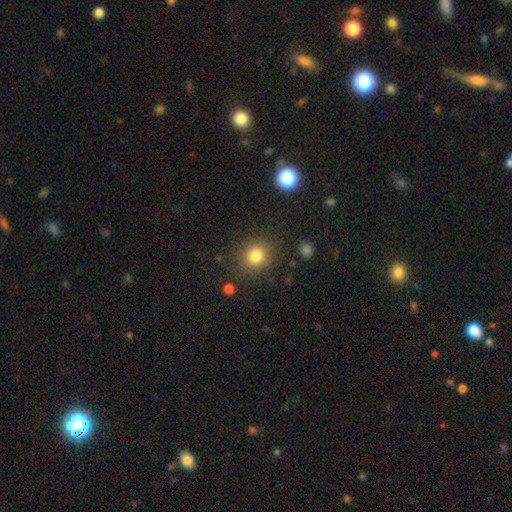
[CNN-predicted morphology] Q: Smooth or featured?
A: smooth (82%); runner-up: star or artifact (12%)
Q: How rounded?
A: round (84%); runner-up: in between (16%)
Q: Merging?
A: none (85%); runner-up: minor disturbance (9%)